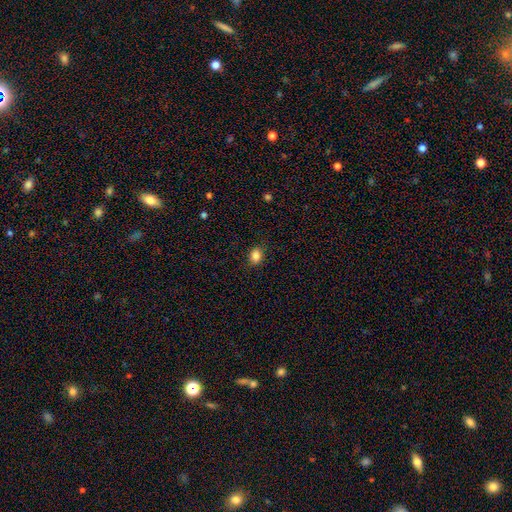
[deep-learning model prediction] Smooth or featured? smooth (85%)
How rounded? in between (69%)
Merging? none (87%)